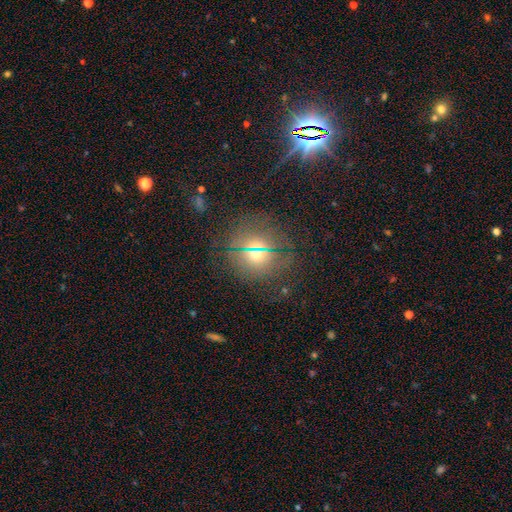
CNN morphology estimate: This appears to be a star or artifact, not a galaxy (45%).